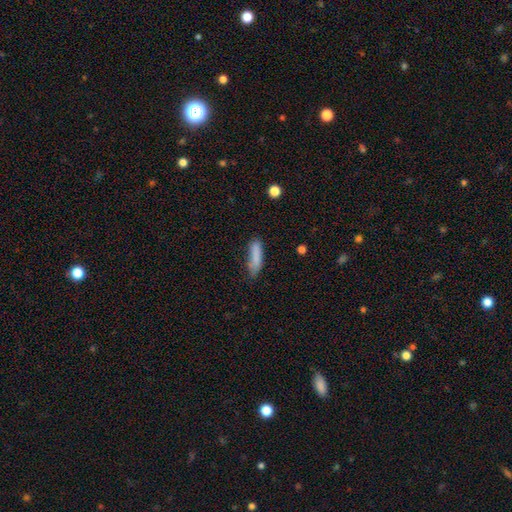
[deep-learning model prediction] Morphology: type=smooth (83%); roundness=cigar-shaped (65%); merging=none (61%).